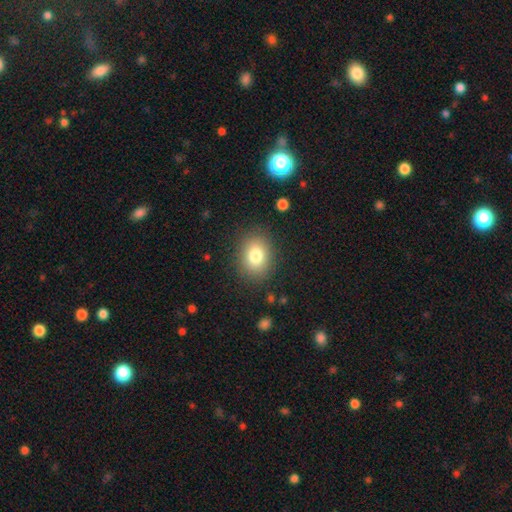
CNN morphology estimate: smooth 80%, star or artifact 10%, featured or disk 10%. Down the decision tree: how rounded — round (51%); merging — none (86%).